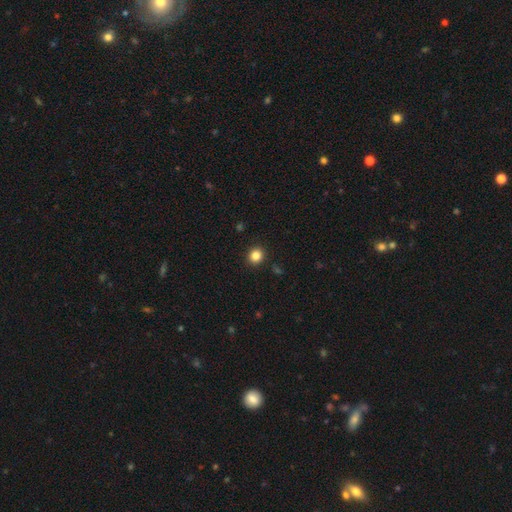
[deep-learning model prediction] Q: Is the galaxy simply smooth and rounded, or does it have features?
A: smooth — 84%.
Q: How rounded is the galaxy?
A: round — 86%.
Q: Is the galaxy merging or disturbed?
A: none — 92%.